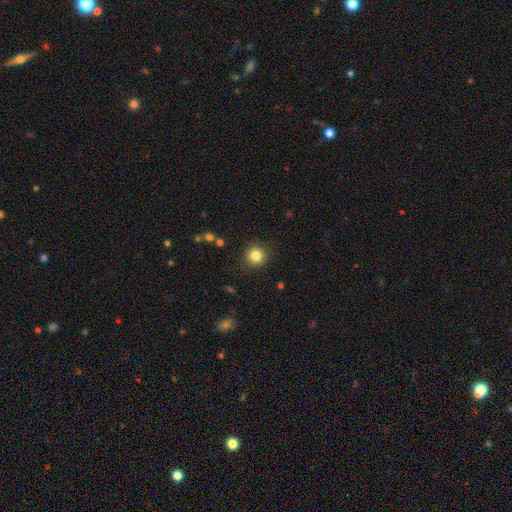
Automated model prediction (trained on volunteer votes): Smooth or featured?
  - smooth: 83% *
  - star or artifact: 11%
  - featured or disk: 6%
How rounded?
  - round: 94% *
  - in between: 5%
  - cigar-shaped: 1%
Merging?
  - none: 90% *
  - minor disturbance: 6%
  - major disturbance: 2%
  - merger: 1%